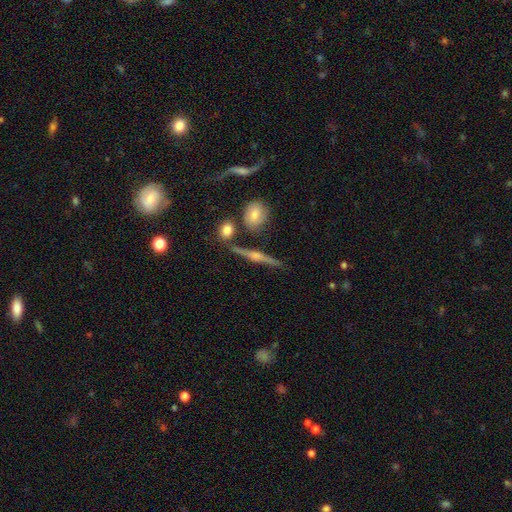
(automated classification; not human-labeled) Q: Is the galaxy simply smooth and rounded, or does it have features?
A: featured or disk — 66%.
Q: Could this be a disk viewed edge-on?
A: yes — 92%.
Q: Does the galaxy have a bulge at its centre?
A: rounded — 82%.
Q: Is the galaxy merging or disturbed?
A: none — 76%.